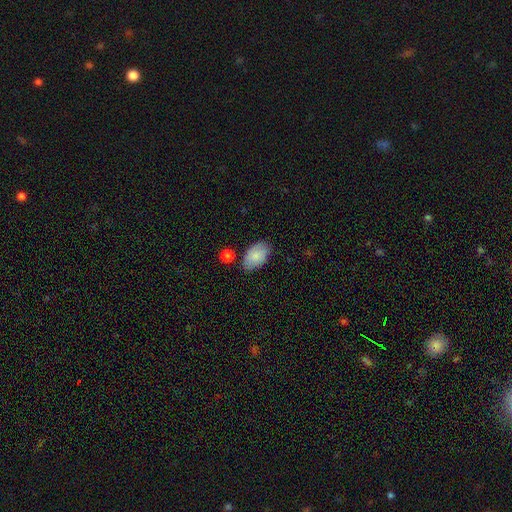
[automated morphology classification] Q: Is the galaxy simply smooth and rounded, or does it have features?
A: smooth — 84%.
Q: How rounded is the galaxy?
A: in between — 92%.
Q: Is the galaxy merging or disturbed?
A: none — 74%.